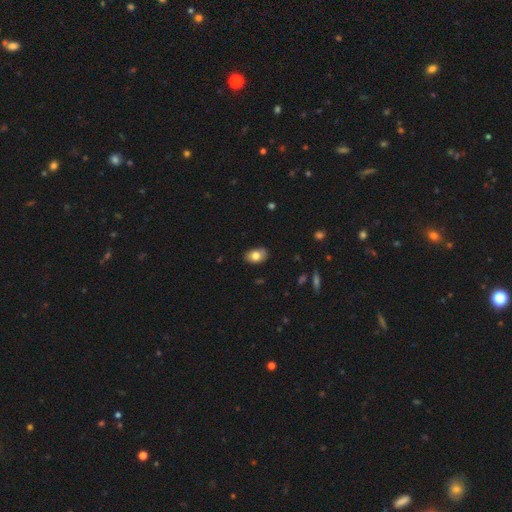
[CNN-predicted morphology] smooth 79%, featured or disk 13%, star or artifact 8%. Down the decision tree: how rounded — in between (85%); merging — none (79%).